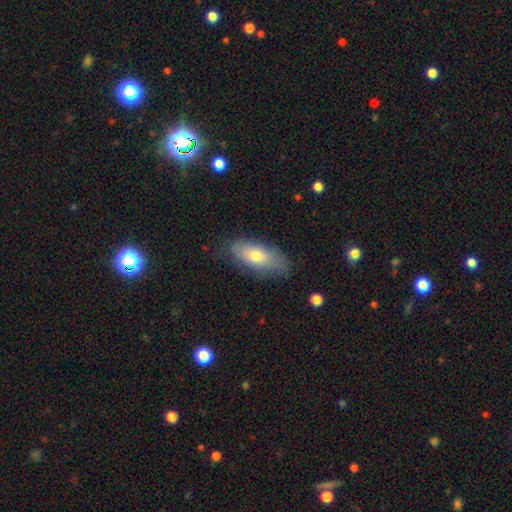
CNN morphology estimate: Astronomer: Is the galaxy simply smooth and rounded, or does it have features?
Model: smooth — 68%.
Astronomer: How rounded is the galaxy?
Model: in between — 80%.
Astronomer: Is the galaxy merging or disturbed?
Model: none — 72%.